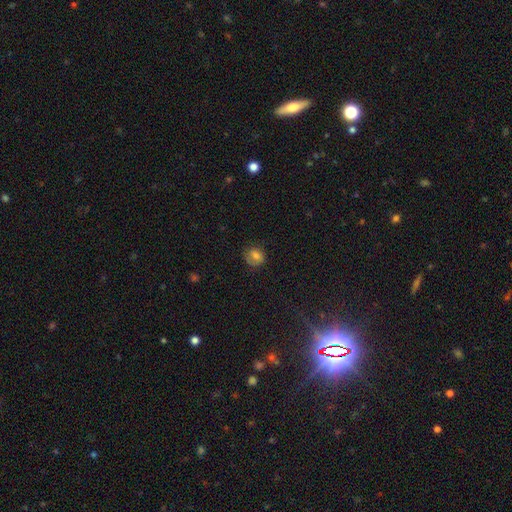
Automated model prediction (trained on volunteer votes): Q: Smooth or featured?
A: smooth (71%); runner-up: featured or disk (16%)
Q: How rounded?
A: round (65%); runner-up: in between (34%)
Q: Merging?
A: none (68%); runner-up: minor disturbance (22%)